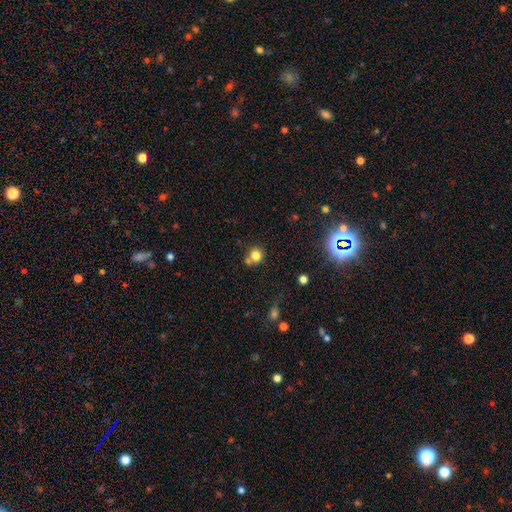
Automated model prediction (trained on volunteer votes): This is likely a smooth galaxy (79%). How rounded: clearly round (84%). Merging: possibly none (59%).